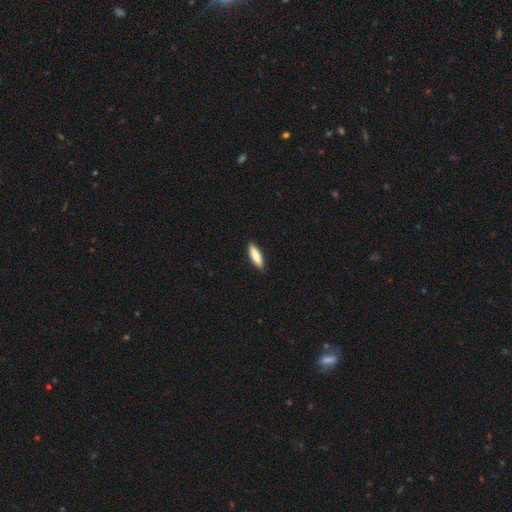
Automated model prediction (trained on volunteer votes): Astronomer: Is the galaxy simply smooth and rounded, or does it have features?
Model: smooth — 87%.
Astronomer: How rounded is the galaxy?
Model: cigar-shaped — 54% (runner-up: in between, 45%).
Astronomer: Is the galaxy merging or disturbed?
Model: none — 89%.